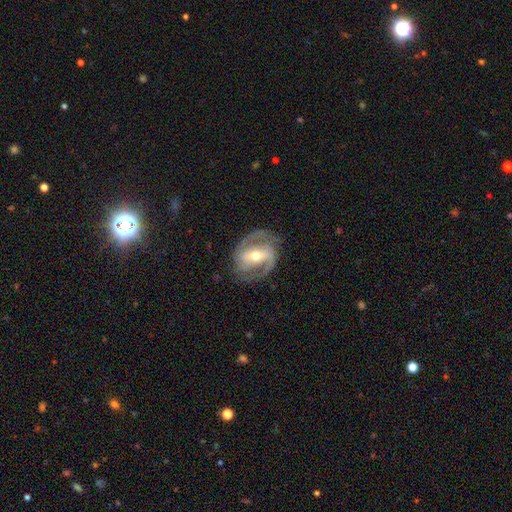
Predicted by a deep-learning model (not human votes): Smooth or featured? featured or disk (89%)
Edge-on disk? no (97%)
Bar? strong (52%)
Spiral arms? yes (95%)
Spiral winding? medium (52%)
Spiral arm count? 2 (89%)
Bulge size? moderate (65%)
Merging? none (78%)